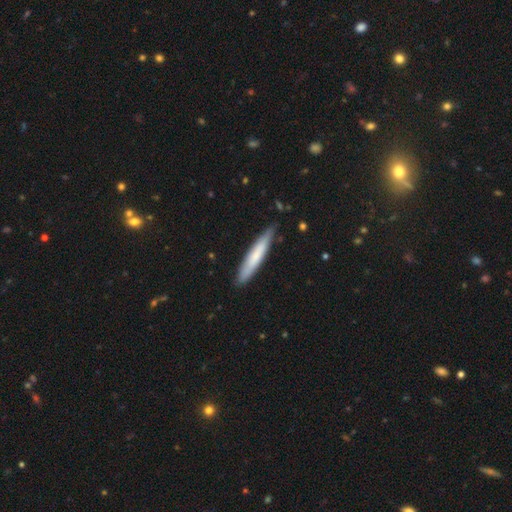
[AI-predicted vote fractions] smooth_or_featured: smooth (p=0.68) [alt: featured or disk p=0.27]
how_rounded: cigar-shaped (p=0.92) [alt: in between p=0.07]
merging: none (p=0.85) [alt: minor disturbance p=0.12]